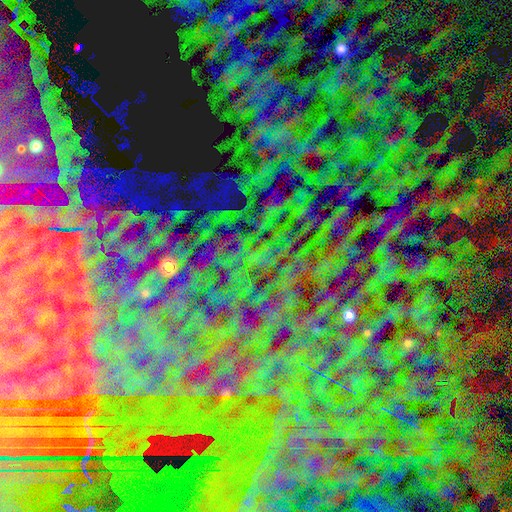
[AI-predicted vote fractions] smooth_or_featured: star or artifact (p=0.81) [alt: smooth p=0.10]